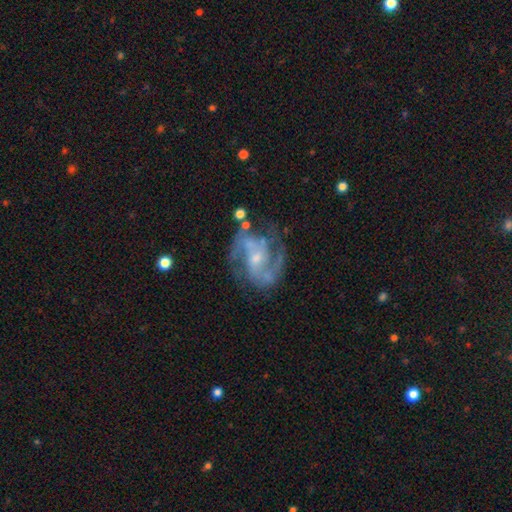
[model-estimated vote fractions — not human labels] smooth_or_featured: featured or disk (p=0.89) [alt: smooth p=0.06]
disk_edge_on: no (p=0.98) [alt: yes p=0.02]
bar: weak (p=0.47) [alt: no p=0.36]
has_spiral_arms: yes (p=0.96) [alt: no p=0.04]
spiral_winding: medium (p=0.58) [alt: tight p=0.23]
spiral_arm_count: 2 (p=0.80) [alt: 3 p=0.08]
bulge_size: small (p=0.54) [alt: moderate p=0.36]
merging: none (p=0.68) [alt: minor disturbance p=0.17]